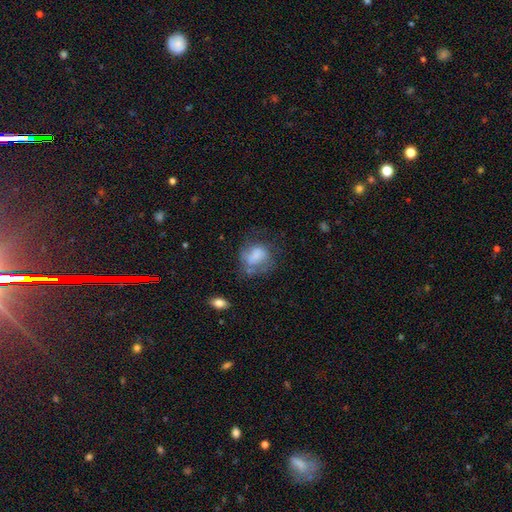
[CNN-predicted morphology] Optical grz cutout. It shows a smooth galaxy with no disk features (57%) that is round (52%). Merging: none (40%).